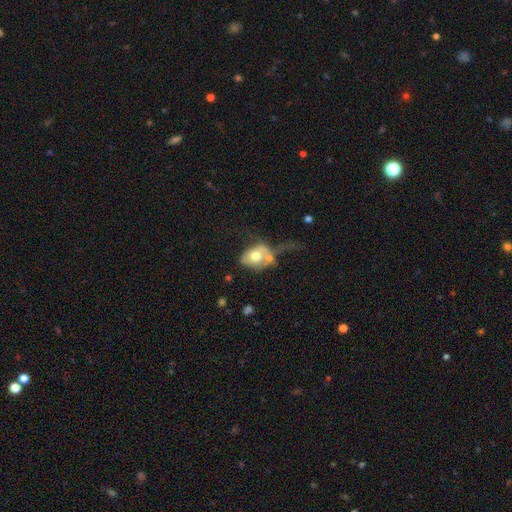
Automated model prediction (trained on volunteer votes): This appears to be a smooth galaxy with no disk features (59%) that is in between round and cigar-shaped (72%). Merging: merger (35%).